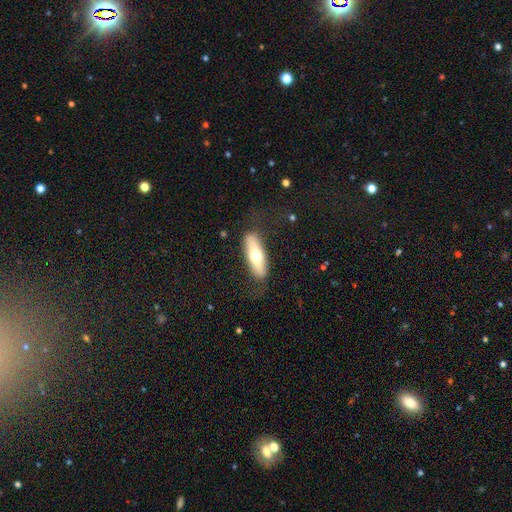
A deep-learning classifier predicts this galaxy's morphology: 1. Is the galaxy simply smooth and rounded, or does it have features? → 57% smooth, 38% featured or disk, 5% star or artifact.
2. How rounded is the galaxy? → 52% cigar-shaped, 45% in between, 2% round.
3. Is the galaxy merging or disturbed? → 80% none, 14% minor disturbance, 5% major disturbance, 1% merger.